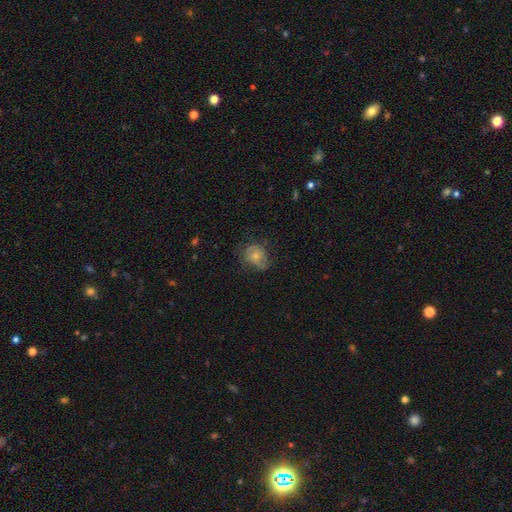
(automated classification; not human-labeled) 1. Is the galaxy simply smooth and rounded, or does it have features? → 51% smooth, 41% featured or disk, 9% star or artifact.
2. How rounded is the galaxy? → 59% round, 40% in between, 1% cigar-shaped.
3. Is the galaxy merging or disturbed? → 55% none, 28% minor disturbance, 15% major disturbance, 1% merger.